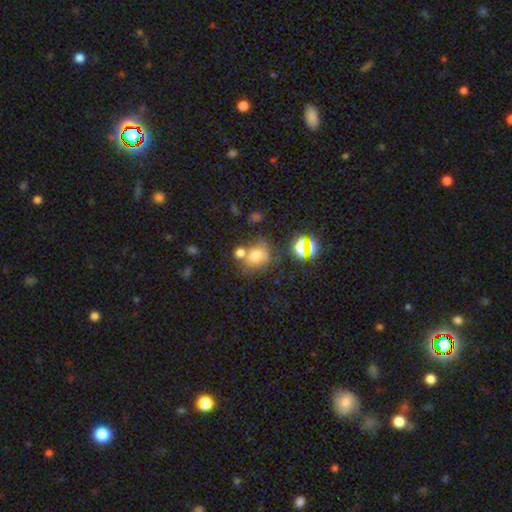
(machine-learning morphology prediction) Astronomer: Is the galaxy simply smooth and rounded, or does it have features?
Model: smooth — 62%.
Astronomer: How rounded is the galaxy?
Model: round — 58% (runner-up: in between, 41%).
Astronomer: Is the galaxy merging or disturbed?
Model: none — 46% (runner-up: merger, 26%).